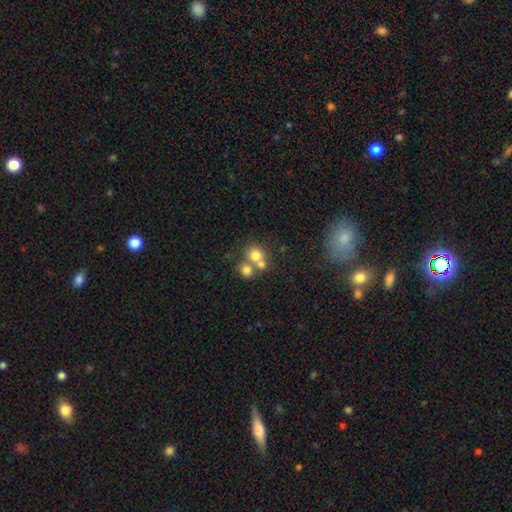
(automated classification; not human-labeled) Morphology: type=smooth (72%); roundness=round (84%); merging=merger (47%).